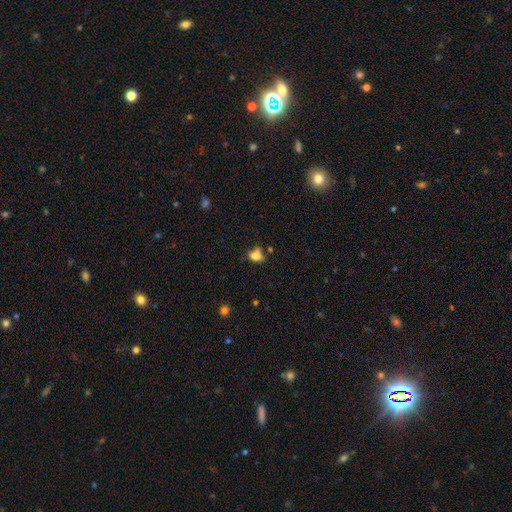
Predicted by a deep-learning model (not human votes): Smooth or featured? Predicted: smooth (p=0.74). How rounded? Predicted: in between (p=0.61). Merging? Predicted: none (p=0.43).